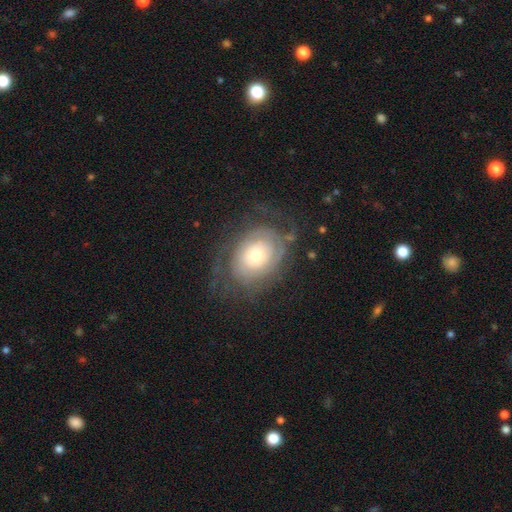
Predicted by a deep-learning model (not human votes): smooth-or-featured: featured or disk: 73% | smooth: 21% | star or artifact: 7%
  disk-edge-on: no: 96% | yes: 4%
    bar: no: 82% | weak: 14% | strong: 4%
    has-spiral-arms: yes: 83% | no: 17%
      spiral-winding: tight: 68% | medium: 22% | loose: 10%
      spiral-arm-count: can't tell: 46% | 2: 28% | 3: 10% | 1: 6% | 4: 5% | more than 4: 4%
    bulge-size: moderate: 53% | small: 29% | large: 14% | dominant: 2% | none: 1%
  merging: none: 65% | minor disturbance: 18% | major disturbance: 15% | merger: 1%